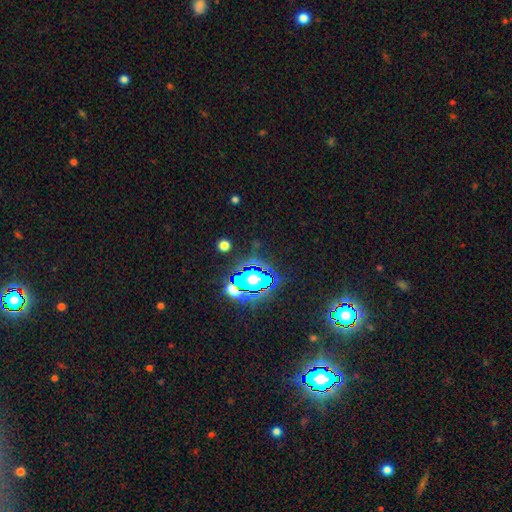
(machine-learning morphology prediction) Smooth or featured?
  - star or artifact: 82% *
  - smooth: 11%
  - featured or disk: 7%